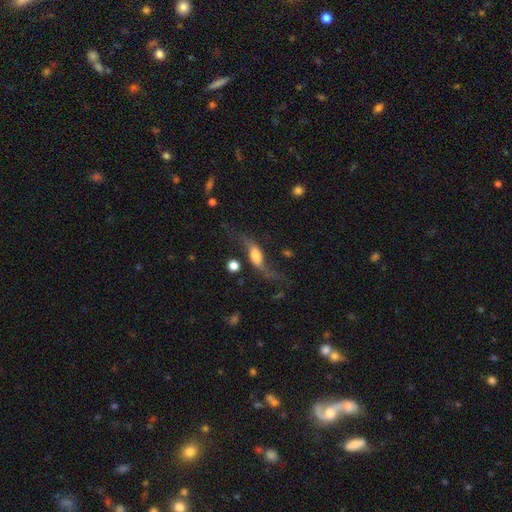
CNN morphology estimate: Smooth or featured? Predicted: featured or disk (p=0.71). Edge-on disk? Predicted: no (p=0.70). Merging? Predicted: none (p=0.56).